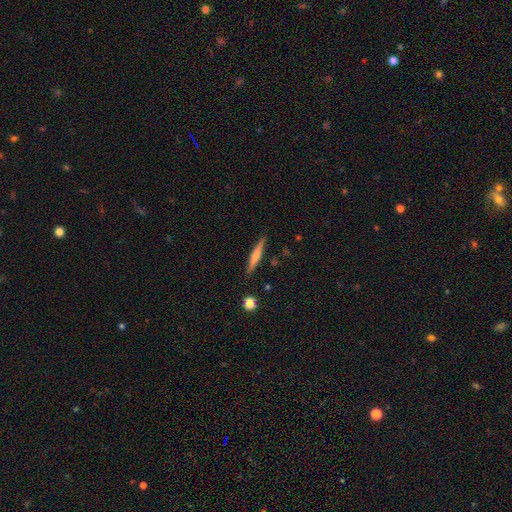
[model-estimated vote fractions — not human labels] smooth_or_featured: smooth (p=0.49) [alt: featured or disk p=0.45]
merging: none (p=0.88) [alt: minor disturbance p=0.08]